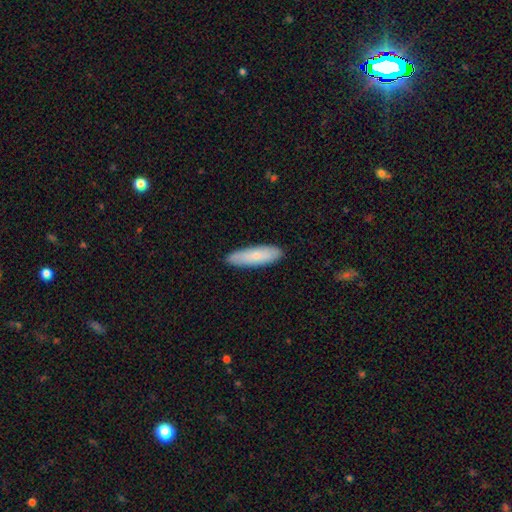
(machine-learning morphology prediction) smooth 74%, featured or disk 20%, star or artifact 6%. Down the decision tree: how rounded — cigar-shaped (60%); merging — none (88%).